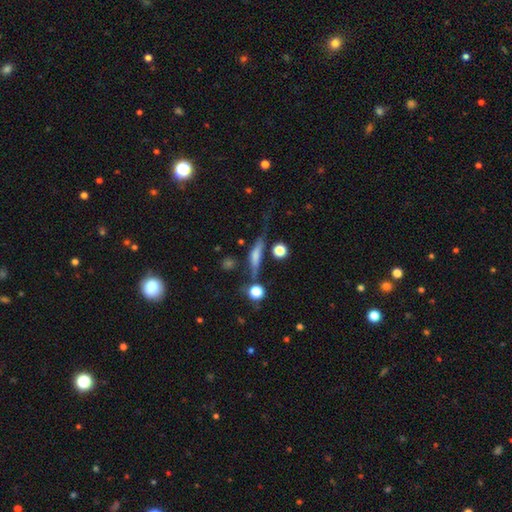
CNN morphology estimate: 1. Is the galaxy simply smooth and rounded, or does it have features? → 50% smooth, 40% featured or disk, 11% star or artifact.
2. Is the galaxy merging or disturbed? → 60% none, 21% minor disturbance, 11% major disturbance, 9% merger.